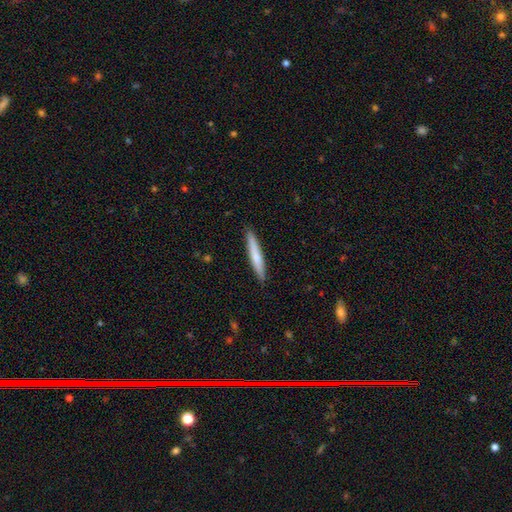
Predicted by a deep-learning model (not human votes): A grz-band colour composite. It shows a smooth galaxy with no disk features (66%) that is cigar-shaped (95%). Merging: none (90%).